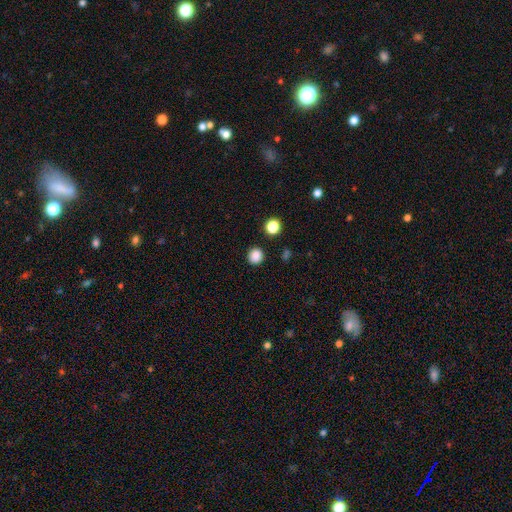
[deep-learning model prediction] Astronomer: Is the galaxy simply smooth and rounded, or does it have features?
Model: smooth — 86%.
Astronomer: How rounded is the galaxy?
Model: round — 92%.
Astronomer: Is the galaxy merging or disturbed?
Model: none — 91%.